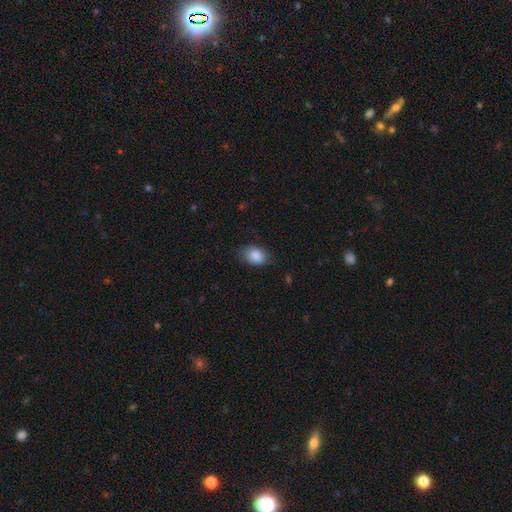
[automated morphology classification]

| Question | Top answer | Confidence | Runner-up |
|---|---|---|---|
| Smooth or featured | smooth | 87% | star or artifact (7%) |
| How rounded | in between | 83% | round (15%) |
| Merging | none | 74% | minor disturbance (20%) |